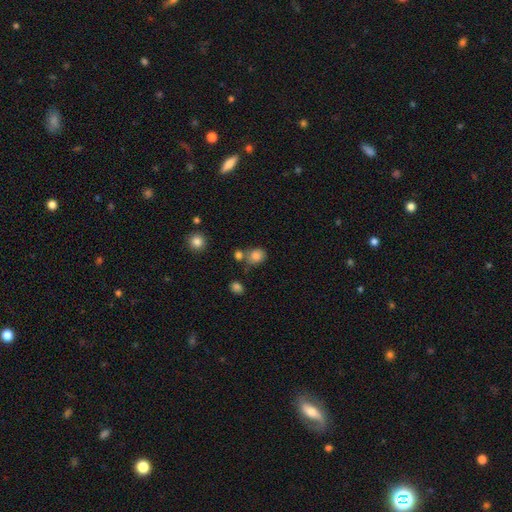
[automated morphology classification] smooth_or_featured: smooth (p=0.81) [alt: star or artifact p=0.11]
how_rounded: round (p=0.55) [alt: in between p=0.44]
merging: none (p=0.55) [alt: merger p=0.23]